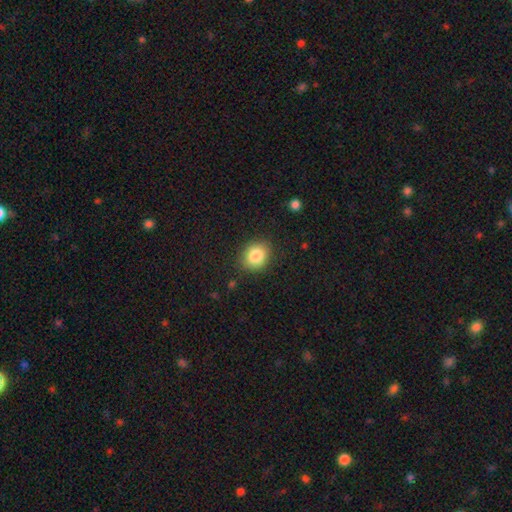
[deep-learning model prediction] A smooth galaxy with no disk features (85%) that is round (64%).

Vote fractions:
- Smooth or featured? smooth: 85% / star or artifact: 9% / featured or disk: 6%
- How rounded? round: 64% / in between: 35% / cigar-shaped: 1%
- Merging? none: 86% / minor disturbance: 10% / major disturbance: 3% / merger: 1%